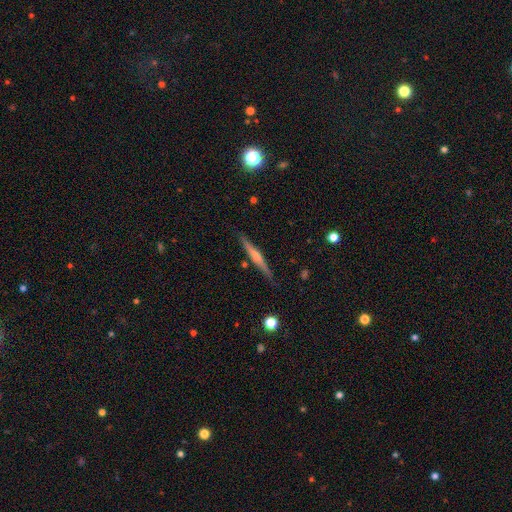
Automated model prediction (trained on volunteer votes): Q: Smooth or featured?
A: featured or disk (59%); runner-up: smooth (35%)
Q: Edge-on disk?
A: yes (97%); runner-up: no (3%)
Q: Edge-on bulge?
A: rounded (64%); runner-up: none (25%)
Q: Merging?
A: none (85%); runner-up: minor disturbance (10%)